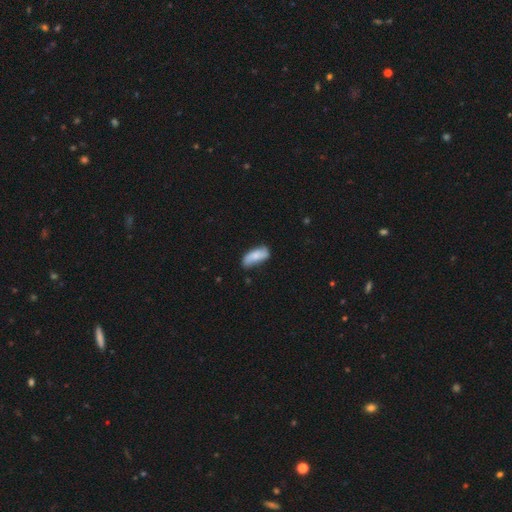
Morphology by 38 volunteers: This appears to be a smooth galaxy with no disk features (89%) that is in between round and cigar-shaped (91%). Merging: none (61%).